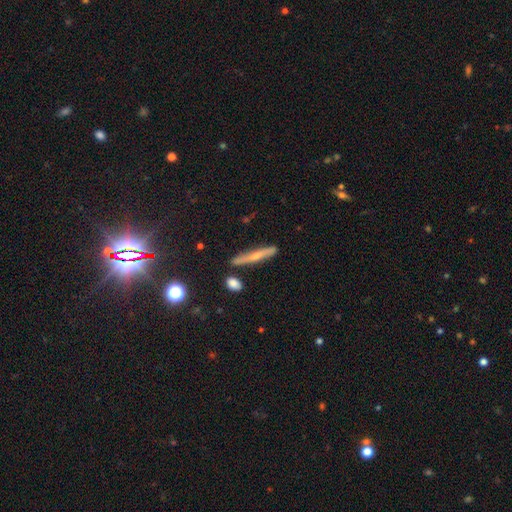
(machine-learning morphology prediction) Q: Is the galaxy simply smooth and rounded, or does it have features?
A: smooth — 47%.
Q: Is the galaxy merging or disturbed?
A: none — 84%.